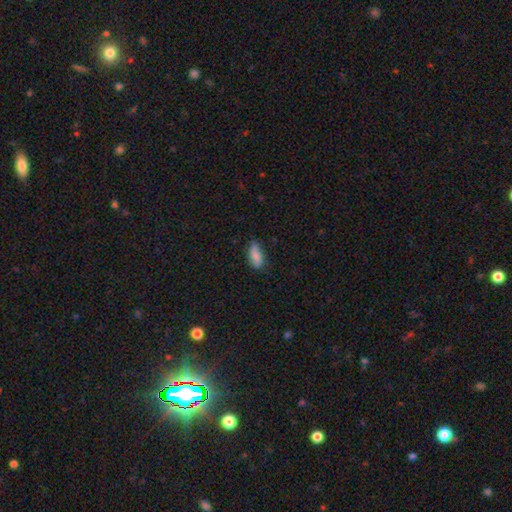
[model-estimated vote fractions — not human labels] Smooth or featured? smooth (81%)
How rounded? in between (82%)
Merging? none (71%)